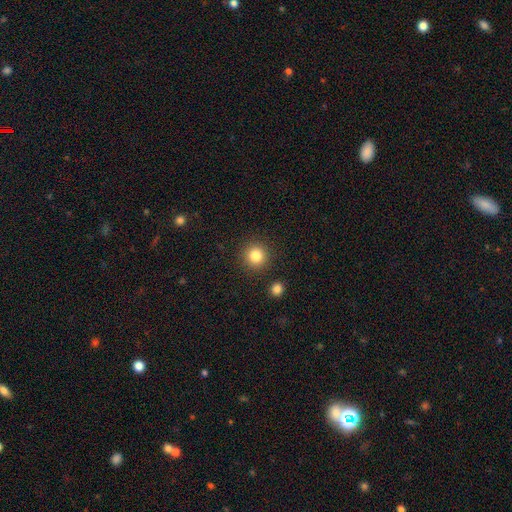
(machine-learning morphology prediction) smooth 84%, star or artifact 11%, featured or disk 6%. Down the decision tree: how rounded — round (94%); merging — none (89%).